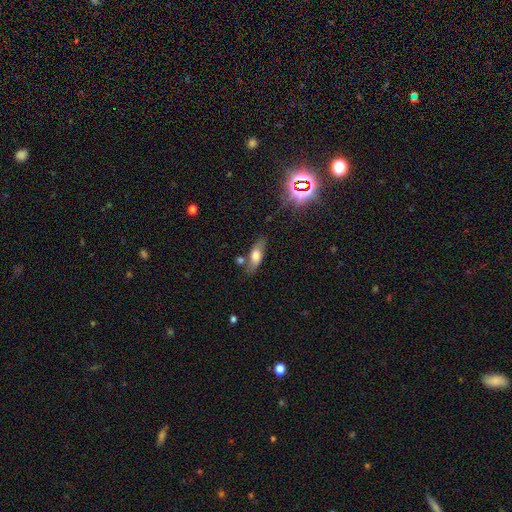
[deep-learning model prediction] This is likely a smooth galaxy (61%). How rounded: likely in between (67%). Merging: likely none (71%).